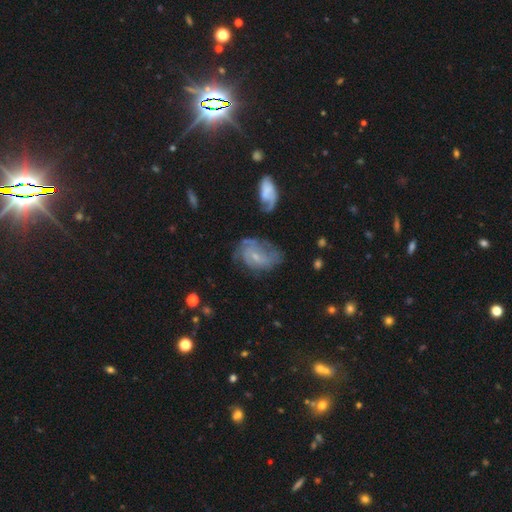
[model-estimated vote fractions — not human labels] Smooth or featured? featured or disk (71%)
Edge-on disk? no (97%)
Bar? no (53%)
Spiral arms? yes (84%)
Spiral winding? tight (42%)
Spiral arm count? can't tell (39%)
Bulge size? small (69%)
Merging? none (49%)